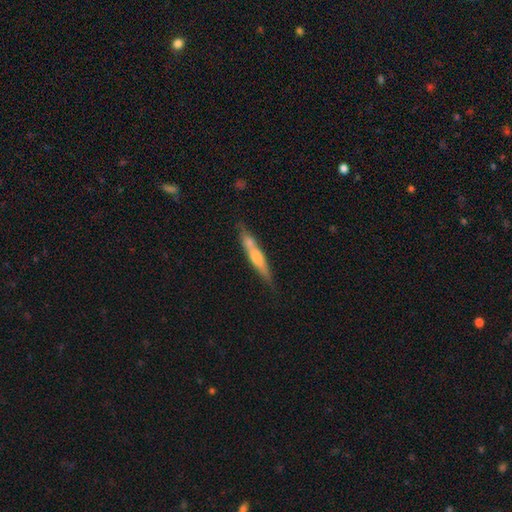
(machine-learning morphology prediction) smooth-or-featured: smooth: 49% | featured or disk: 44% | star or artifact: 7%
  merging: none: 67% | minor disturbance: 17% | merger: 12% | major disturbance: 4%